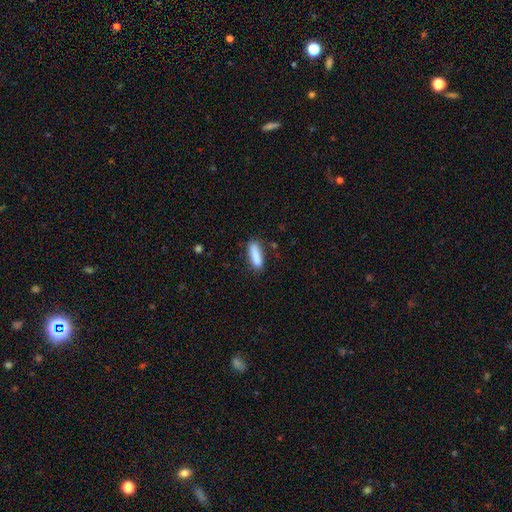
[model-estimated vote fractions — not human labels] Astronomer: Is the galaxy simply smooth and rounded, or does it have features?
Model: smooth — 87%.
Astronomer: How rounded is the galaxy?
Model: cigar-shaped — 53% (runner-up: in between, 45%).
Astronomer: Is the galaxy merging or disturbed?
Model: none — 82%.